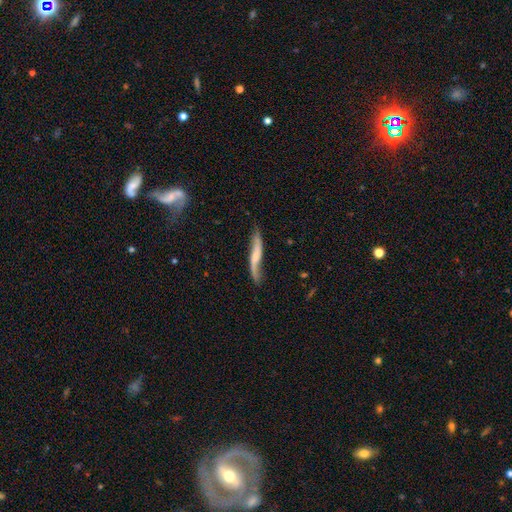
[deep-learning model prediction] Smooth or featured?
  - featured or disk: 59% *
  - smooth: 35%
  - star or artifact: 6%
Edge-on disk?
  - no: 55% *
  - yes: 45%
Merging?
  - none: 62% *
  - minor disturbance: 26%
  - major disturbance: 9%
  - merger: 3%